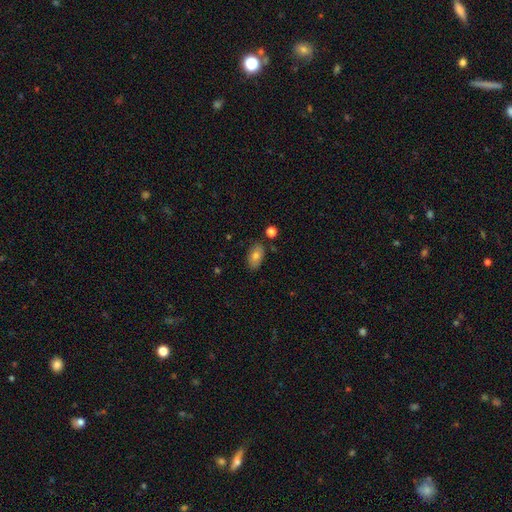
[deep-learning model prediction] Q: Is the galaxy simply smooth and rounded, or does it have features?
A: smooth — 76%.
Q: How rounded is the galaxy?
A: in between — 92%.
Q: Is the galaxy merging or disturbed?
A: none — 82%.